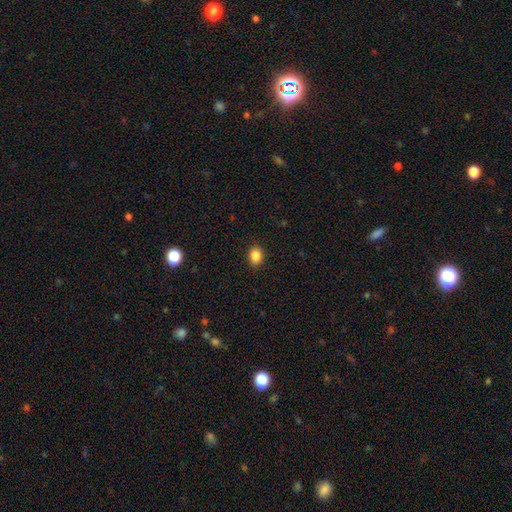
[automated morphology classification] A smooth galaxy with no disk features (87%) that is in between round and cigar-shaped (63%).

Vote fractions:
- Smooth or featured? smooth: 87% / star or artifact: 10% / featured or disk: 4%
- How rounded? in between: 63% / round: 36% / cigar-shaped: 1%
- Merging? none: 89% / minor disturbance: 8% / major disturbance: 2% / merger: 1%